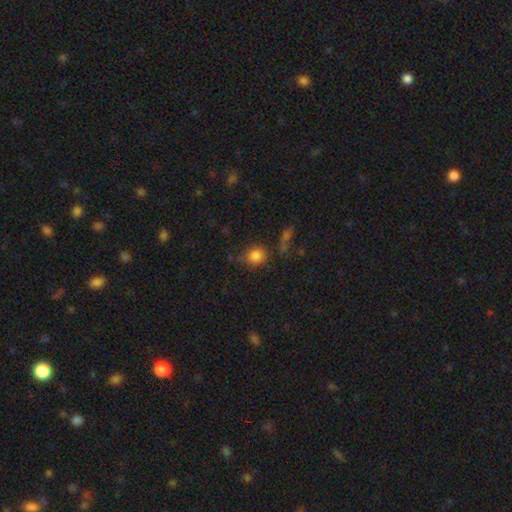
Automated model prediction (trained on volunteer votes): Overall: smooth (81%). How rounded: round (80%). Merging: none (68%).